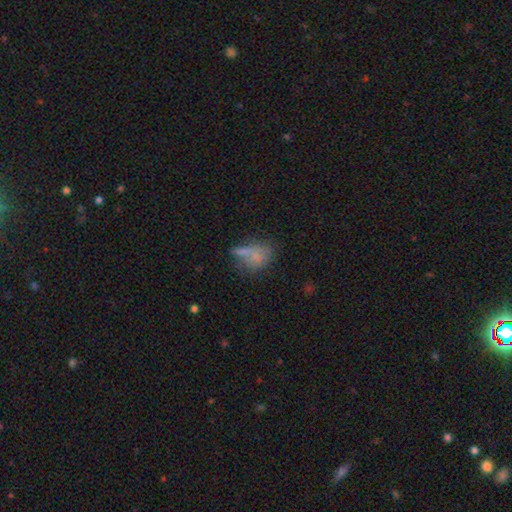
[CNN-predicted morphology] Smooth or featured: smooth — 61% (featured or disk — 22%)
How rounded: in between — 69% (round — 27%)
Merging: none — 40% (minor disturbance — 22%)